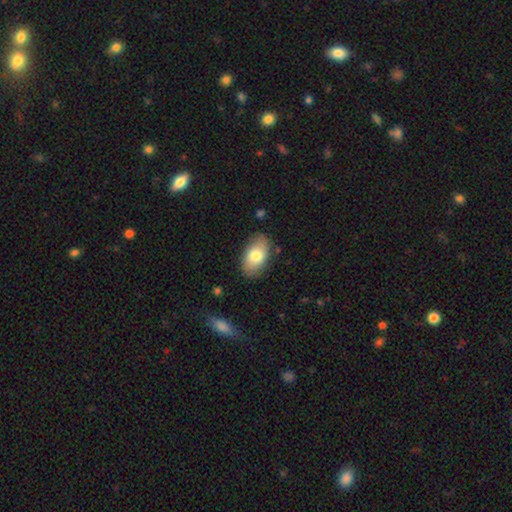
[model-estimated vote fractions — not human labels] Smooth or featured? smooth (77%)
How rounded? in between (93%)
Merging? none (82%)